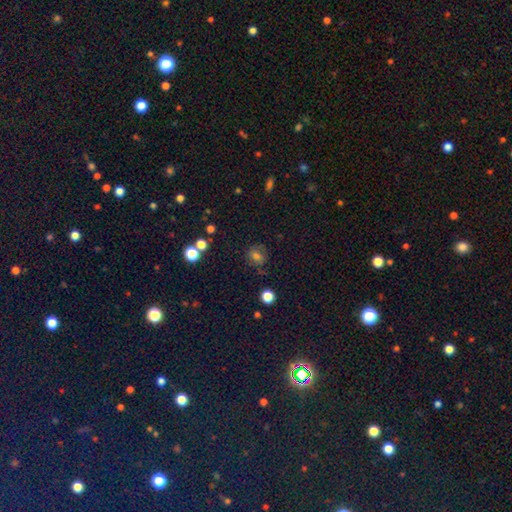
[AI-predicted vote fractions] Smooth or featured? smooth (49%)
Merging? none (77%)